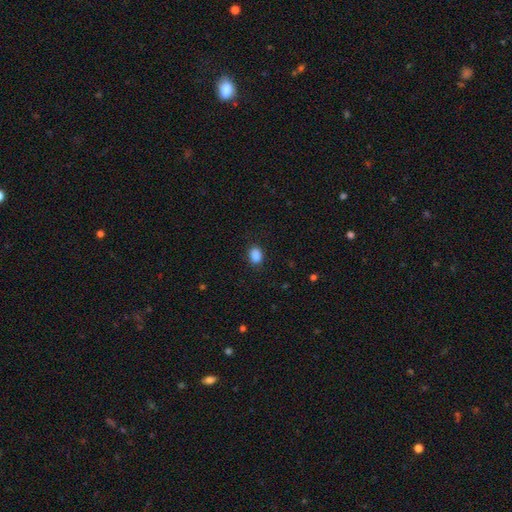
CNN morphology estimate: A smooth galaxy with no disk features (88%) that is in between round and cigar-shaped (71%). Merging: none (86%).